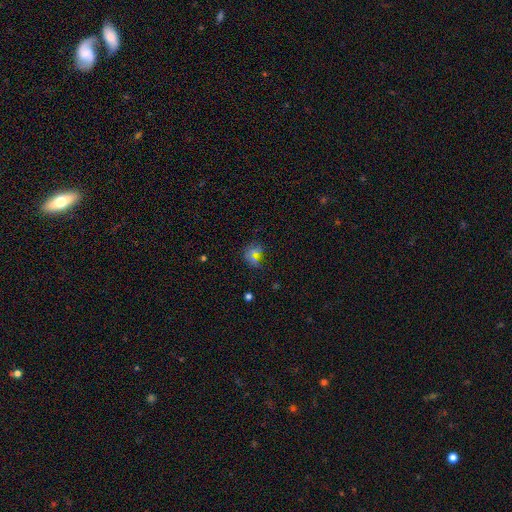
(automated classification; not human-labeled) smooth-or-featured: smooth: 51% | star or artifact: 37% | featured or disk: 12%
  how-rounded: round: 74% | in between: 24% | cigar-shaped: 3%
  merging: none: 69% | minor disturbance: 15% | major disturbance: 8% | merger: 7%